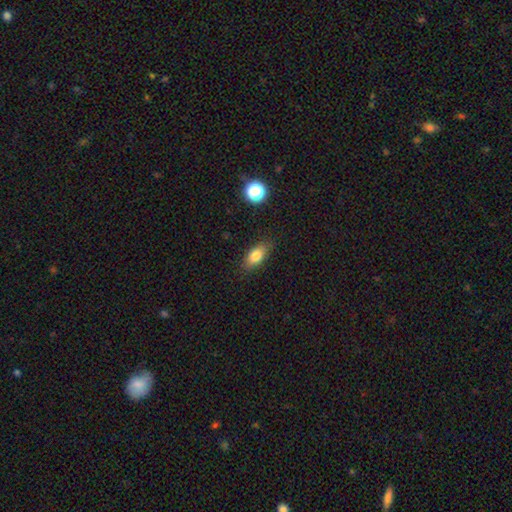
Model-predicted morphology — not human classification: Smooth or featured? Predicted: smooth (p=0.79). How rounded? Predicted: in between (p=0.82). Merging? Predicted: none (p=0.83).